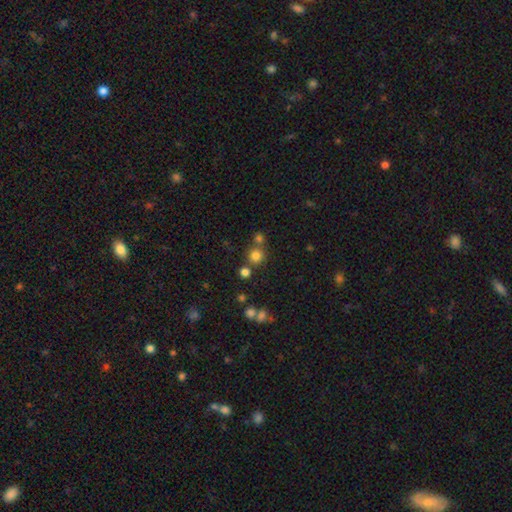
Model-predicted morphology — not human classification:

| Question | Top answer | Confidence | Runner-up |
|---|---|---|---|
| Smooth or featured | smooth | 76% | star or artifact (17%) |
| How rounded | round | 93% | in between (6%) |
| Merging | none | 71% | merger (19%) |